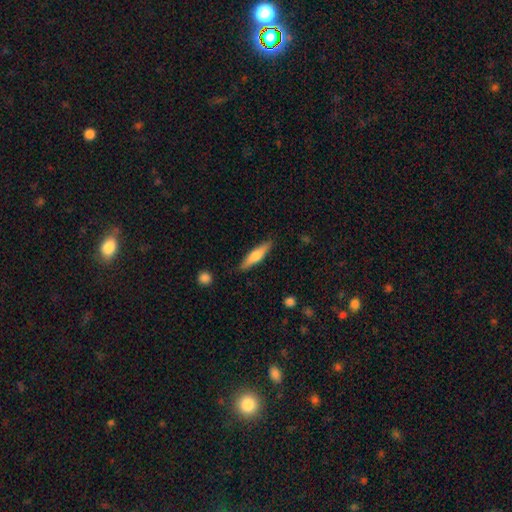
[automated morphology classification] smooth-or-featured: smooth: 56% | featured or disk: 39% | star or artifact: 6%
  how-rounded: cigar-shaped: 78% | in between: 20% | round: 2%
  merging: none: 88% | minor disturbance: 9% | major disturbance: 2% | merger: 1%